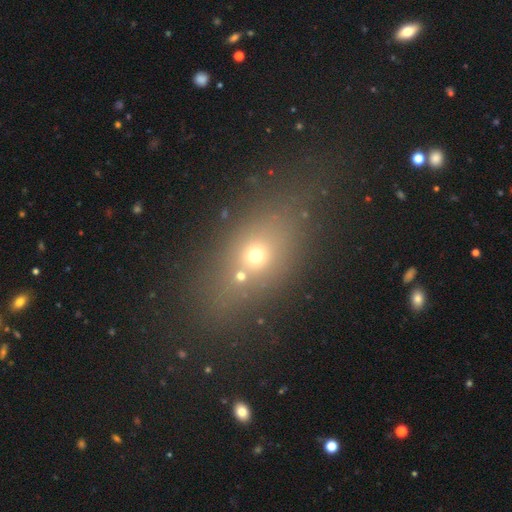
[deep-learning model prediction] A smooth galaxy with no disk features (57%) that is in between round and cigar-shaped (58%).

Vote fractions:
- Smooth or featured? smooth: 57% / star or artifact: 26% / featured or disk: 18%
- How rounded? in between: 58% / round: 32% / cigar-shaped: 9%
- Merging? none: 65% / merger: 15% / minor disturbance: 13% / major disturbance: 8%